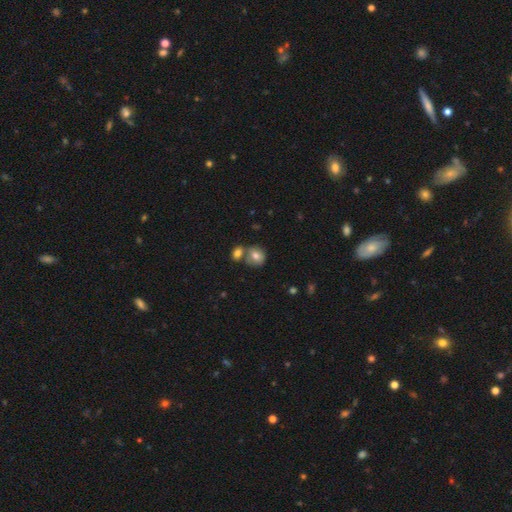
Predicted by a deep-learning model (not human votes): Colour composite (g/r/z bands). It shows a smooth galaxy with no disk features (77%) that is round (70%). Merging: none (46%).